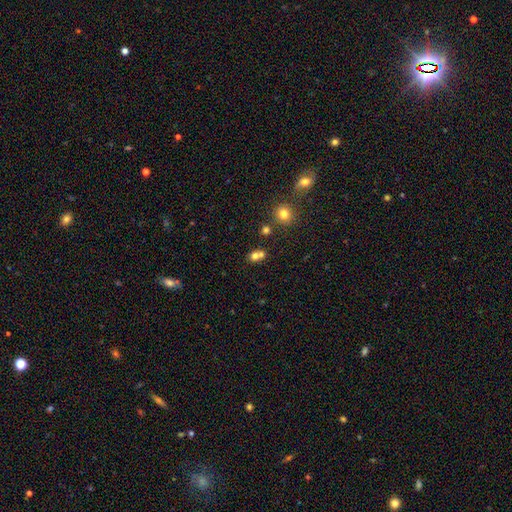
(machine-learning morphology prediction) type=smooth (72%); roundness=round (70%); merging=none (46%).